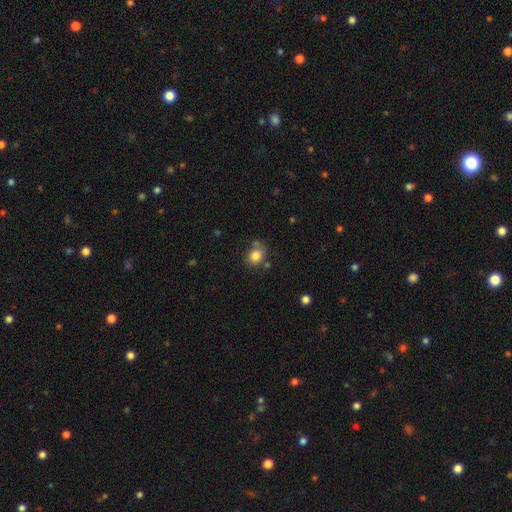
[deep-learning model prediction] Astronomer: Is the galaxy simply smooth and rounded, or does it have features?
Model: smooth — 82%.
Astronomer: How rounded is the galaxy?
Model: round — 55% (runner-up: in between, 44%).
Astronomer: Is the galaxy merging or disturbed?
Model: none — 62%.